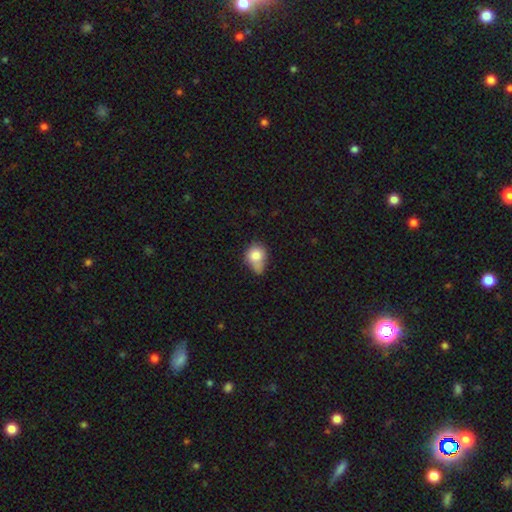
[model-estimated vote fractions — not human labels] A smooth galaxy with no disk features (79%) that is round (56%).

Vote fractions:
- Smooth or featured? smooth: 79% / featured or disk: 12% / star or artifact: 10%
- How rounded? round: 56% / in between: 42% / cigar-shaped: 1%
- Merging? minor disturbance: 35% / none: 33% / merger: 19% / major disturbance: 13%